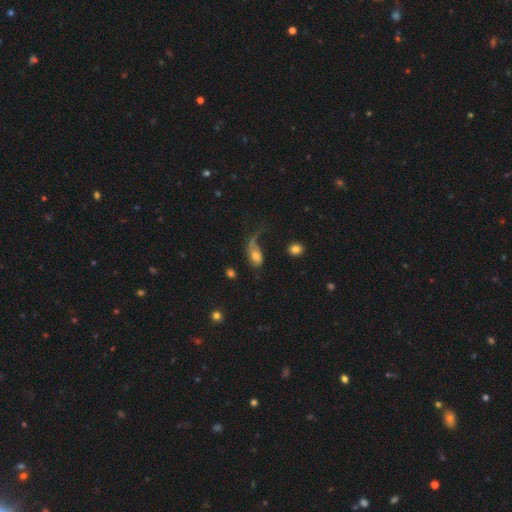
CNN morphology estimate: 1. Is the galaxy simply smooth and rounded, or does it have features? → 59% smooth, 32% featured or disk, 9% star or artifact.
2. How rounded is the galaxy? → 83% in between, 12% round, 5% cigar-shaped.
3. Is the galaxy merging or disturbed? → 50% major disturbance, 24% none, 19% minor disturbance, 7% merger.